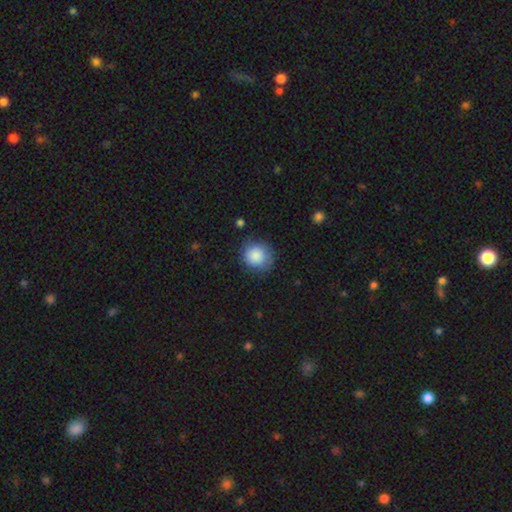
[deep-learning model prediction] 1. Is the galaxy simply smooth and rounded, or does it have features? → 87% smooth, 8% star or artifact, 5% featured or disk.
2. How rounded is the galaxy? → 90% round, 9% in between, 1% cigar-shaped.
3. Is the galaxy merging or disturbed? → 80% none, 15% minor disturbance, 4% major disturbance, 2% merger.